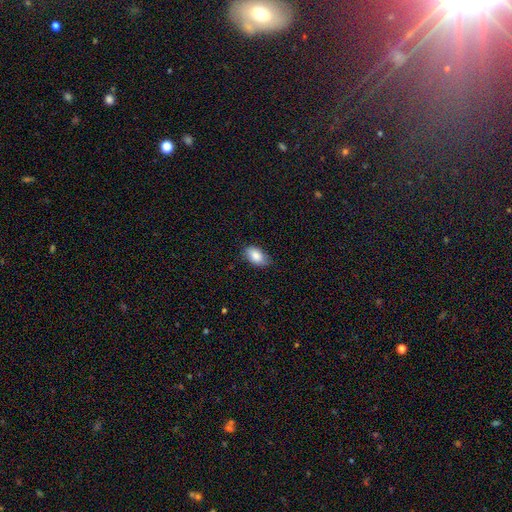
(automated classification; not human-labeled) Smooth or featured? Predicted: smooth (p=0.86). How rounded? Predicted: in between (p=0.92). Merging? Predicted: none (p=0.77).